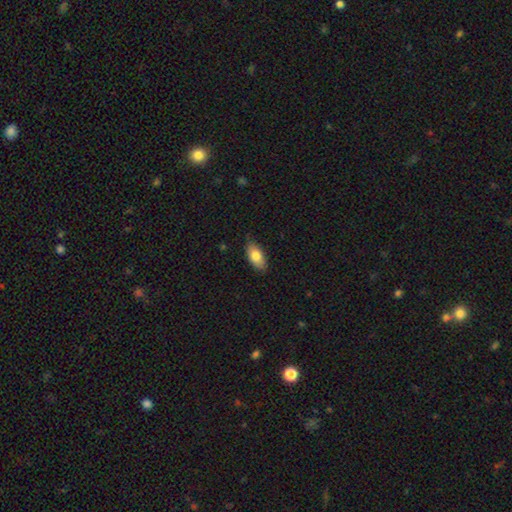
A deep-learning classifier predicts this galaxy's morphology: Smooth or featured? Predicted: smooth (p=0.80). How rounded? Predicted: in between (p=0.90). Merging? Predicted: none (p=0.82).